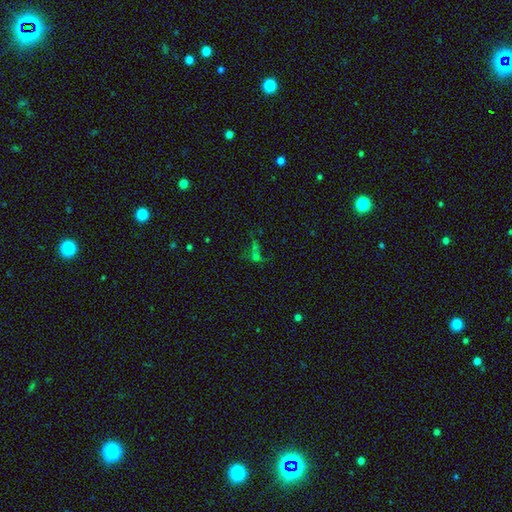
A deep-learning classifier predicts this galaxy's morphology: smooth_or_featured: star or artifact (p=0.51) [alt: smooth p=0.29]